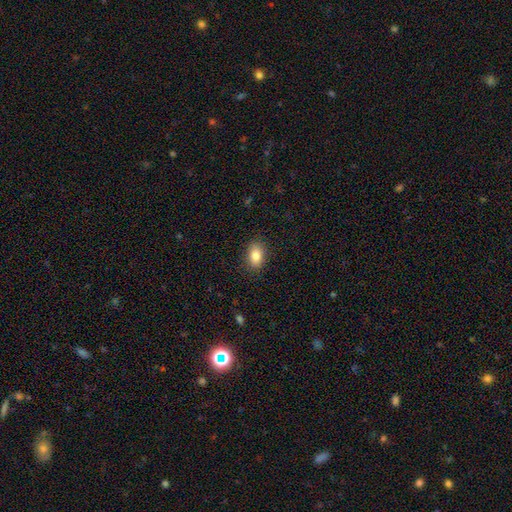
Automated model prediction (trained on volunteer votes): This is clearly a smooth galaxy (84%). How rounded: clearly in between (82%). Merging: clearly none (87%).